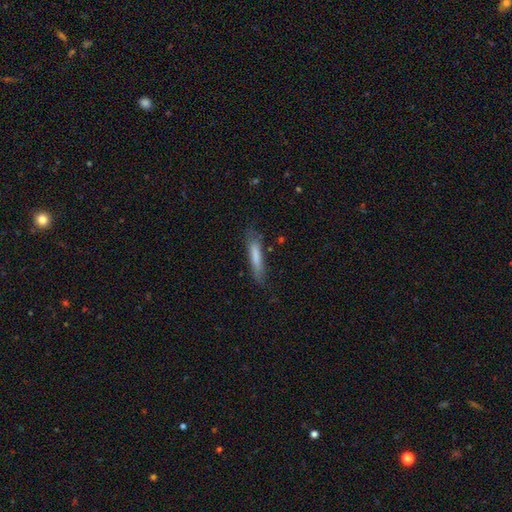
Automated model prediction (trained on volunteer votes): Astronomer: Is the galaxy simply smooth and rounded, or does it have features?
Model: smooth — 75%.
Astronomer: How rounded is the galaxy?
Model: cigar-shaped — 87%.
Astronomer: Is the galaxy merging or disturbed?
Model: none — 73%.